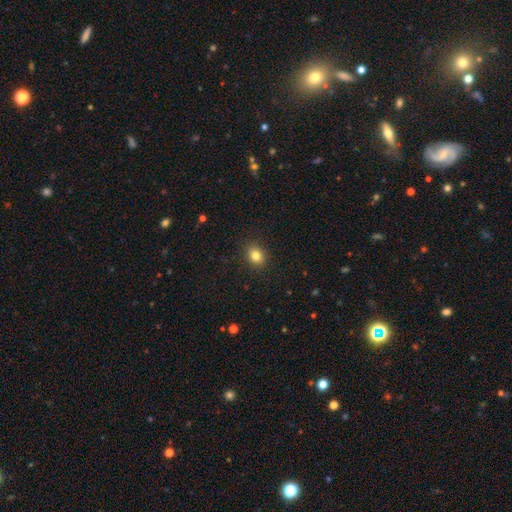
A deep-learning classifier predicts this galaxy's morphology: Smooth or featured?
  - smooth: 82% *
  - star or artifact: 12%
  - featured or disk: 6%
How rounded?
  - round: 65% *
  - in between: 34%
  - cigar-shaped: 1%
Merging?
  - none: 90% *
  - minor disturbance: 7%
  - major disturbance: 2%
  - merger: 1%